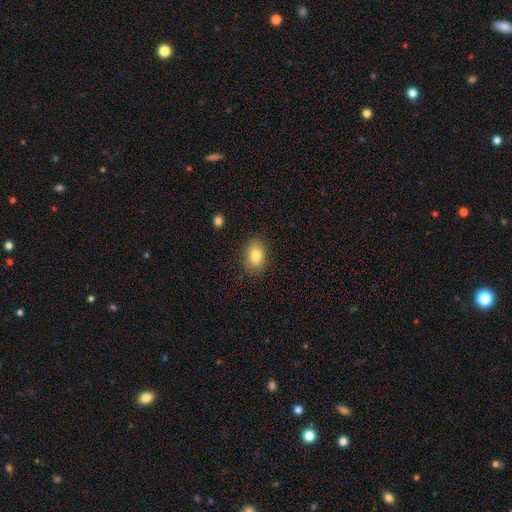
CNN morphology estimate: This is clearly a smooth galaxy (82%). How rounded: likely in between (78%). Merging: clearly none (84%).